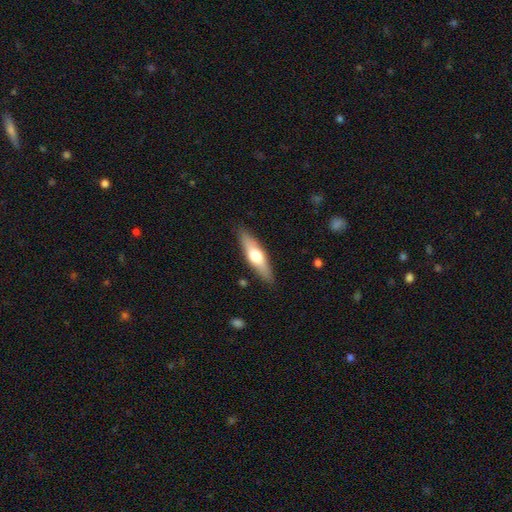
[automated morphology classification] smooth_or_featured: smooth (p=0.50) [alt: featured or disk p=0.45]
how_rounded: cigar-shaped (p=0.68) [alt: in between p=0.30]
merging: none (p=0.88) [alt: minor disturbance p=0.09]